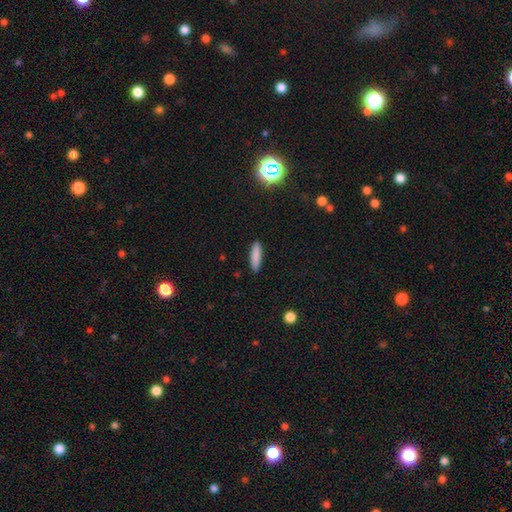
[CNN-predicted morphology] type=smooth (86%); roundness=cigar-shaped (74%); merging=none (90%).